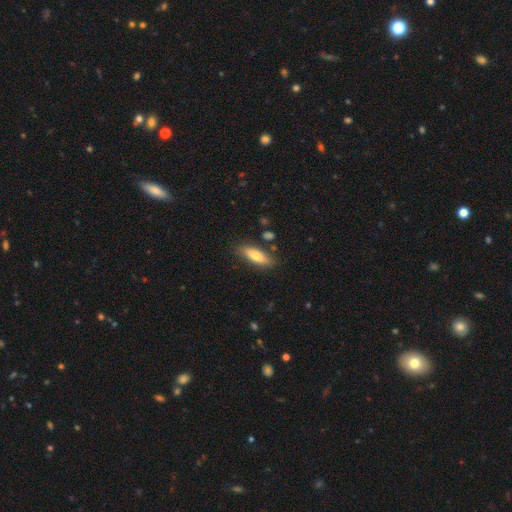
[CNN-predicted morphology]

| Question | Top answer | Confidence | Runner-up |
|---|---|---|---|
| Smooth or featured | smooth | 75% | featured or disk (19%) |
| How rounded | in between | 56% | cigar-shaped (42%) |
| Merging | none | 81% | minor disturbance (13%) |